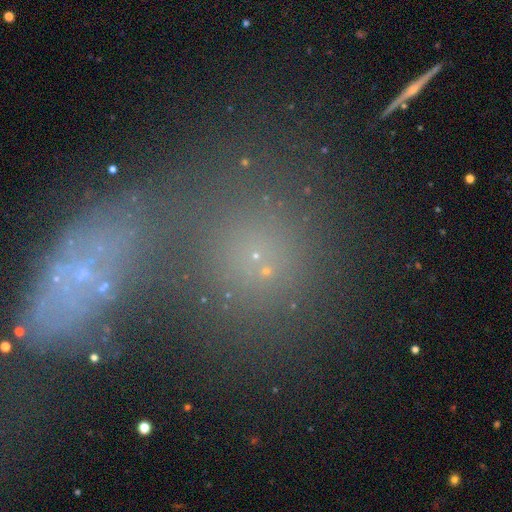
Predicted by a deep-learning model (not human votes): Smooth or featured?
  - smooth: 46% *
  - star or artifact: 39%
  - featured or disk: 16%
Merging?
  - merger: 44% *
  - none: 36%
  - major disturbance: 11%
  - minor disturbance: 10%